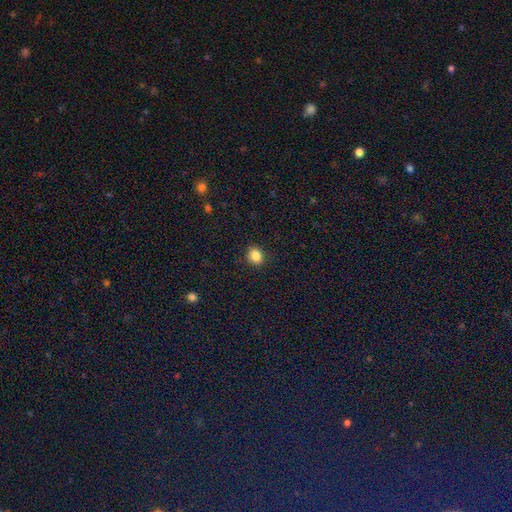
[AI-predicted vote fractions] Smooth or featured? Predicted: smooth (p=0.85). How rounded? Predicted: round (p=0.65). Merging? Predicted: none (p=0.89).